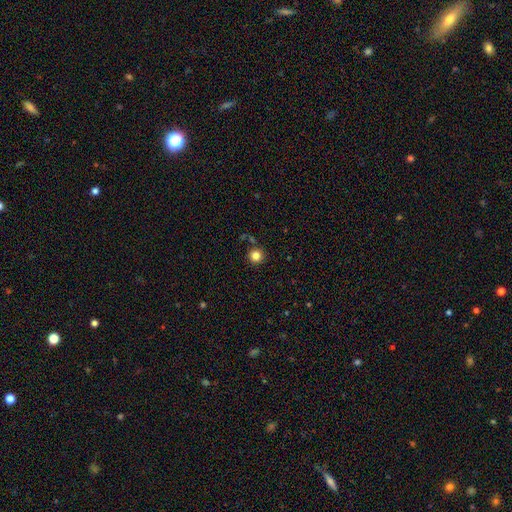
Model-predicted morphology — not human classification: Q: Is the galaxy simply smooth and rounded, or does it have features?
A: smooth — 83%.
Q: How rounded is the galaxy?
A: round — 95%.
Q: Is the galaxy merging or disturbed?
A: none — 85%.